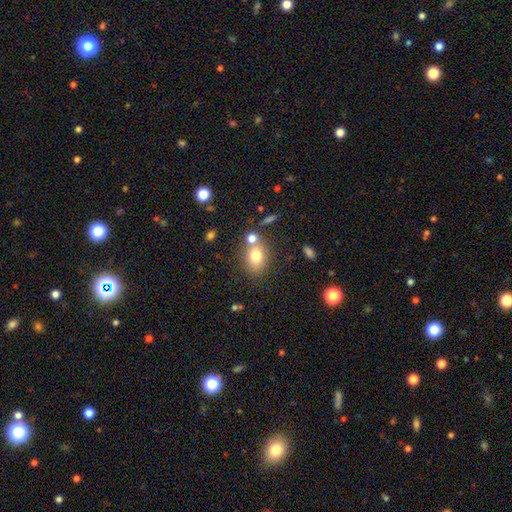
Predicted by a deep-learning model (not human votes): Morphology: type=smooth (76%); roundness=in between (60%); merging=none (59%).